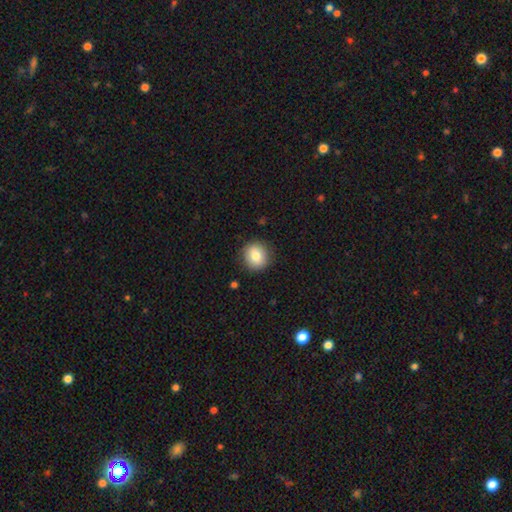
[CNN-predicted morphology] smooth_or_featured: smooth (p=0.80) [alt: featured or disk p=0.11]
how_rounded: round (p=0.87) [alt: in between p=0.12]
merging: none (p=0.89) [alt: minor disturbance p=0.08]